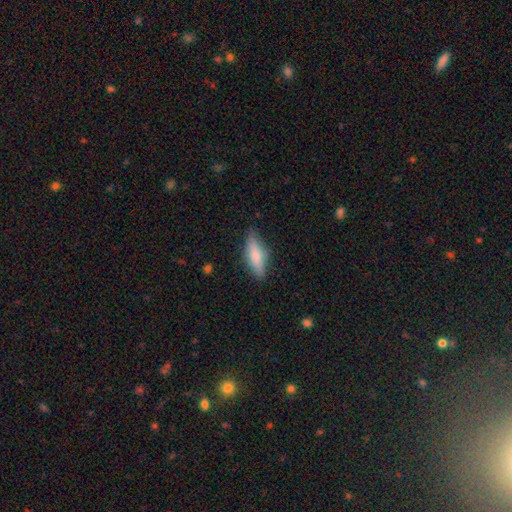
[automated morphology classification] smooth-or-featured: smooth: 74% | featured or disk: 20% | star or artifact: 6%
  how-rounded: in between: 52% | cigar-shaped: 46% | round: 2%
  merging: none: 80% | minor disturbance: 16% | major disturbance: 3% | merger: 1%